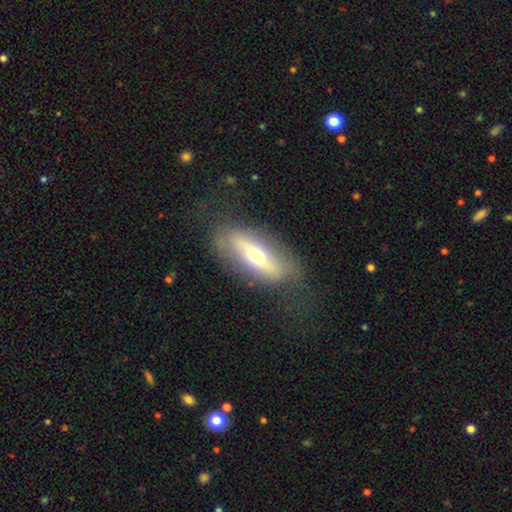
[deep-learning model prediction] smooth_or_featured: featured or disk (p=0.56) [alt: smooth p=0.37]
disk_edge_on: no (p=0.66) [alt: yes p=0.34]
merging: none (p=0.71) [alt: minor disturbance p=0.18]